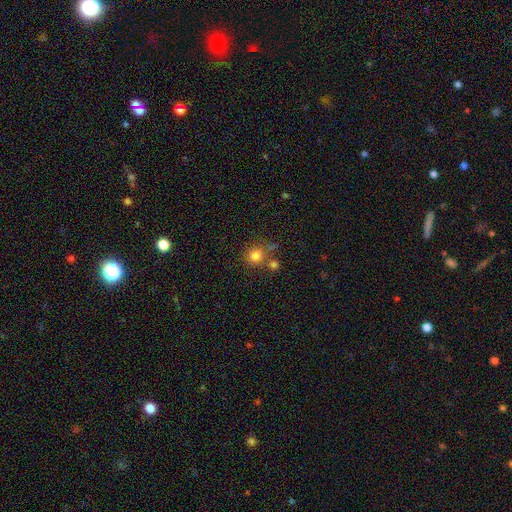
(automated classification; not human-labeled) smooth-or-featured: smooth: 80% | star or artifact: 14% | featured or disk: 7%
  how-rounded: round: 91% | in between: 8% | cigar-shaped: 1%
  merging: none: 71% | merger: 16% | minor disturbance: 9% | major disturbance: 4%